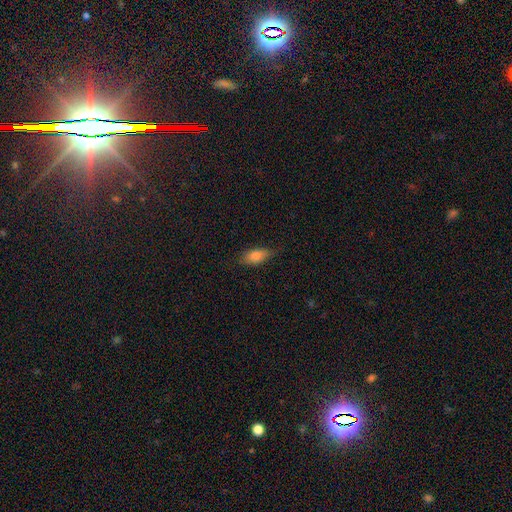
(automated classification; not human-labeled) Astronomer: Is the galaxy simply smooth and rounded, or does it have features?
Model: smooth — 80%.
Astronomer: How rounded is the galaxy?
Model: in between — 84%.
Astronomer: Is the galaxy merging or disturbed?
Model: none — 72%.